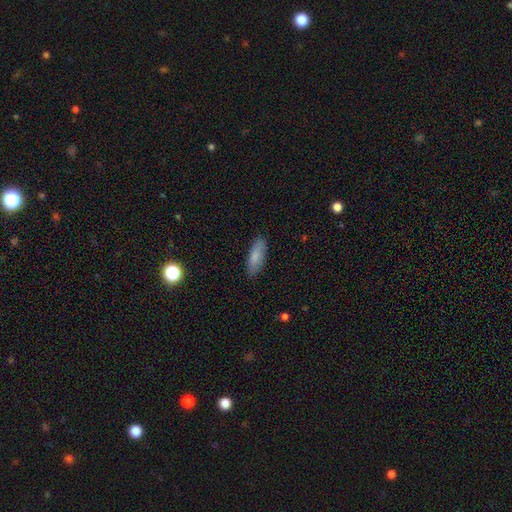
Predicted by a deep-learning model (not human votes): smooth-or-featured: smooth: 84% | featured or disk: 10% | star or artifact: 7%
  how-rounded: in between: 61% | cigar-shaped: 37% | round: 2%
  merging: none: 87% | minor disturbance: 10% | major disturbance: 2% | merger: 1%